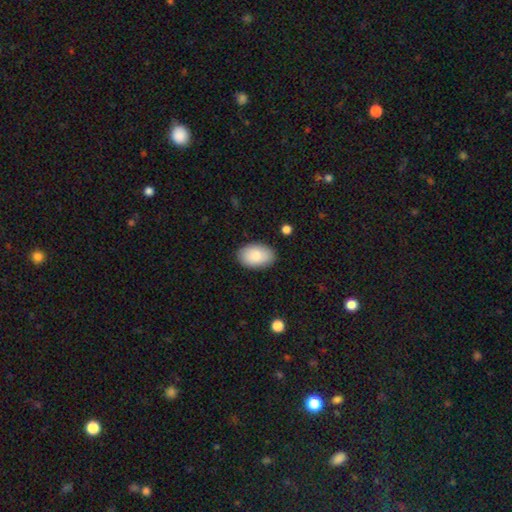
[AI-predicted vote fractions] A smooth galaxy with no disk features (85%) that is in between round and cigar-shaped (92%).

Vote fractions:
- Smooth or featured? smooth: 85% / featured or disk: 9% / star or artifact: 6%
- How rounded? in between: 92% / round: 7% / cigar-shaped: 1%
- Merging? none: 87% / minor disturbance: 10% / major disturbance: 2% / merger: 1%